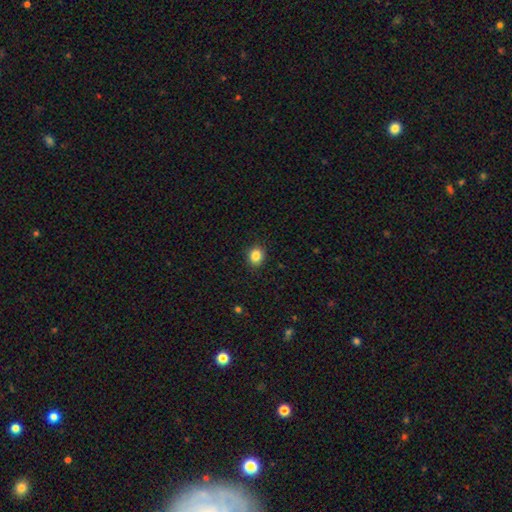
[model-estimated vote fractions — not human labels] A smooth galaxy with no disk features (84%) that is round (69%). Merging: none (90%).